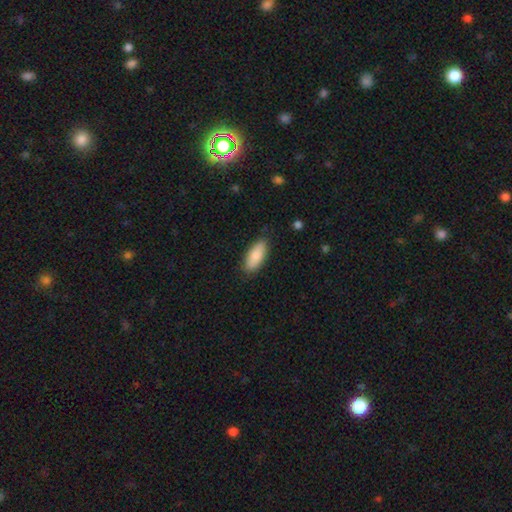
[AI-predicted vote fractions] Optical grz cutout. It shows a smooth galaxy with no disk features (86%) that is in between round and cigar-shaped (82%). Merging: none (84%).